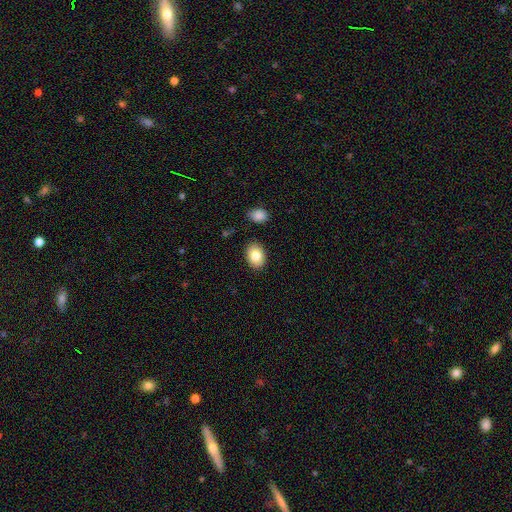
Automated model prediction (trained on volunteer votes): Morphology: type=smooth (82%); roundness=in between (77%); merging=none (87%).